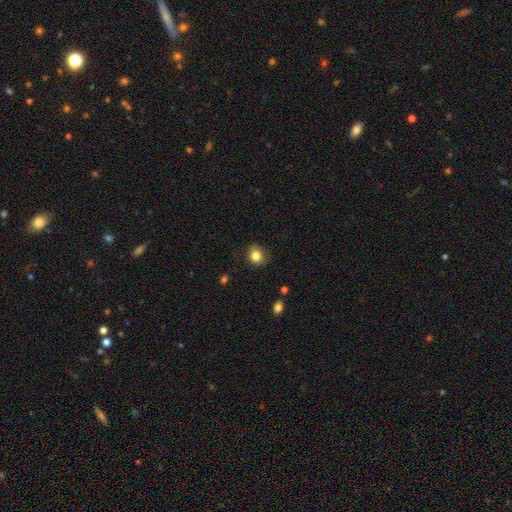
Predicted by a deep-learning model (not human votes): A smooth galaxy with no disk features (83%) that is round (68%).

Vote fractions:
- Smooth or featured? smooth: 83% / star or artifact: 10% / featured or disk: 7%
- How rounded? round: 68% / in between: 31% / cigar-shaped: 1%
- Merging? none: 75% / minor disturbance: 19% / major disturbance: 5% / merger: 1%